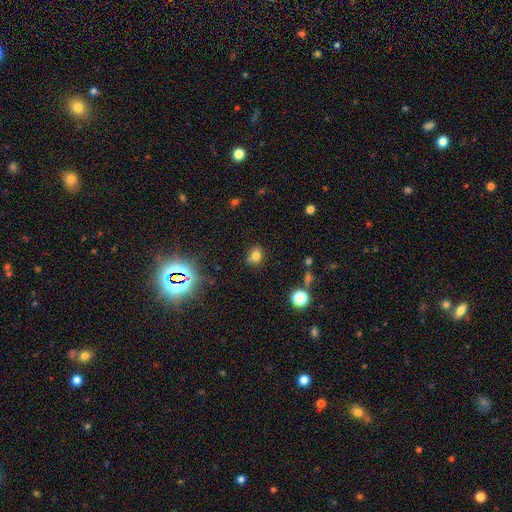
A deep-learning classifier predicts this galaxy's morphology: type=smooth (72%); roundness=round (63%); merging=none (69%).